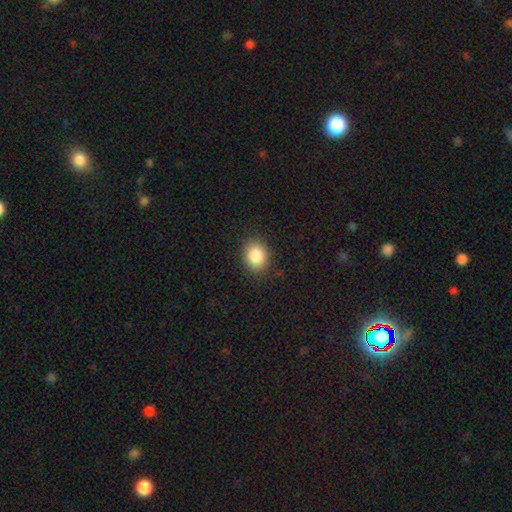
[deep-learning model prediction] smooth-or-featured: smooth: 86% | star or artifact: 9% | featured or disk: 5%
  how-rounded: round: 54% | in between: 45% | cigar-shaped: 1%
  merging: none: 88% | minor disturbance: 9% | major disturbance: 2% | merger: 1%